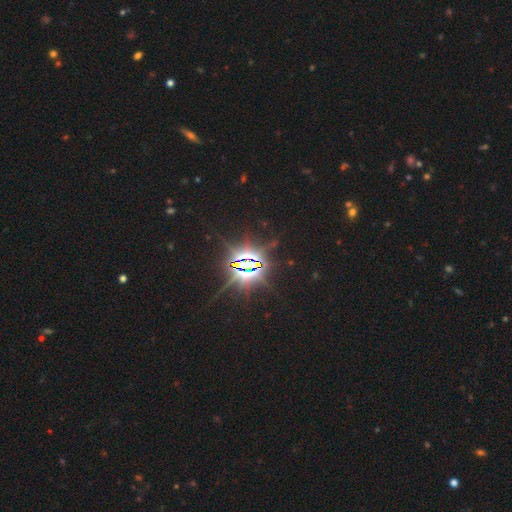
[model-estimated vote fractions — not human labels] The model was most divided on "smooth or featured": star or artifact: 87%, smooth: 7%, featured or disk: 6%.